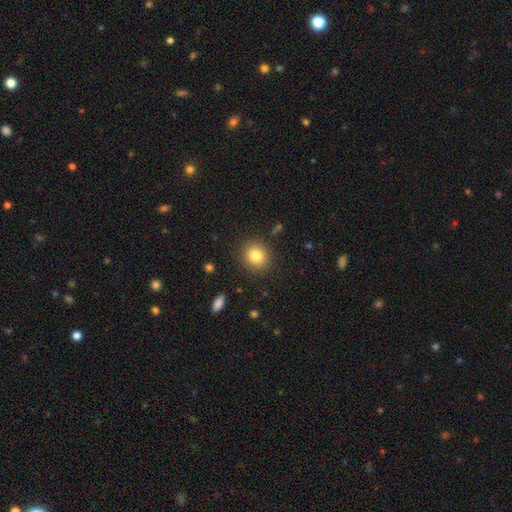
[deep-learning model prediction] Smooth or featured? Predicted: smooth (p=0.83). How rounded? Predicted: round (p=0.81). Merging? Predicted: none (p=0.88).